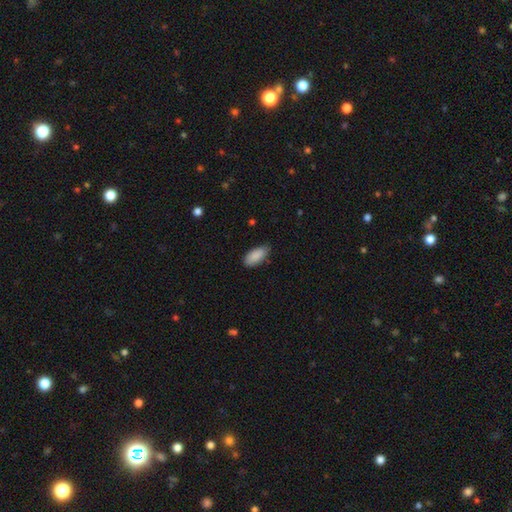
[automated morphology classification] A smooth galaxy with no disk features (89%) that is in between round and cigar-shaped (91%). Merging: none (77%).